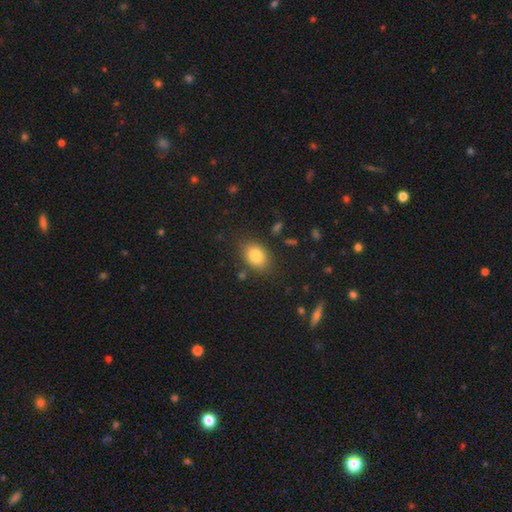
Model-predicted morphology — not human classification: Smooth or featured? smooth (82%)
How rounded? in between (72%)
Merging? none (83%)